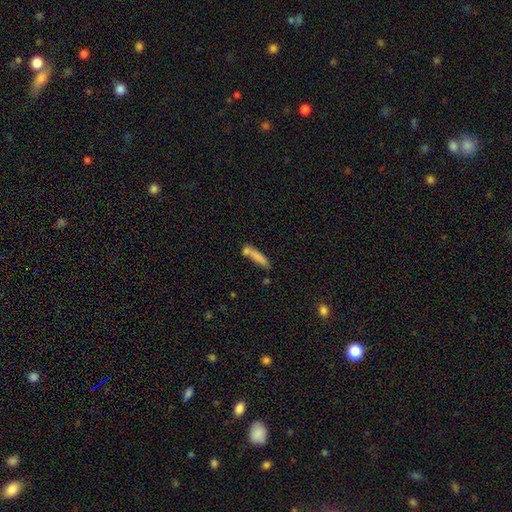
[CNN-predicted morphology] Smooth or featured: smooth — 76% (featured or disk — 16%)
How rounded: cigar-shaped — 84% (in between — 14%)
Merging: none — 60% (merger — 20%)